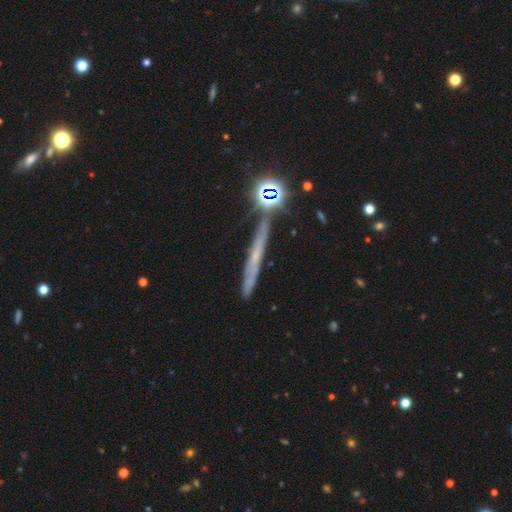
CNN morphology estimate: The model was most divided on "smooth or featured": featured or disk: 49%, smooth: 30%, star or artifact: 21%. More confident: merging — none (77%).